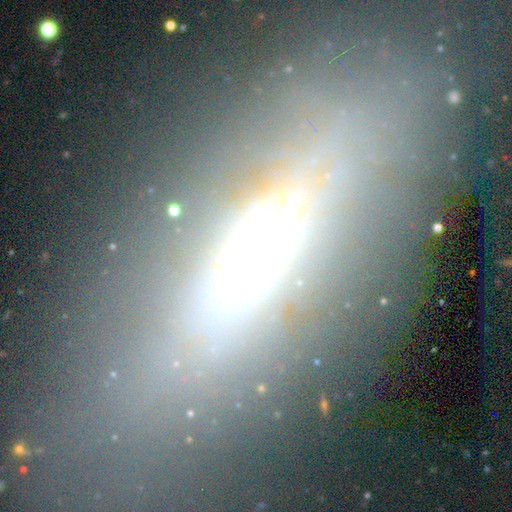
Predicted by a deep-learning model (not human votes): A featured or disk galaxy (55%) viewed edge-on (53%). Merging: none (64%).